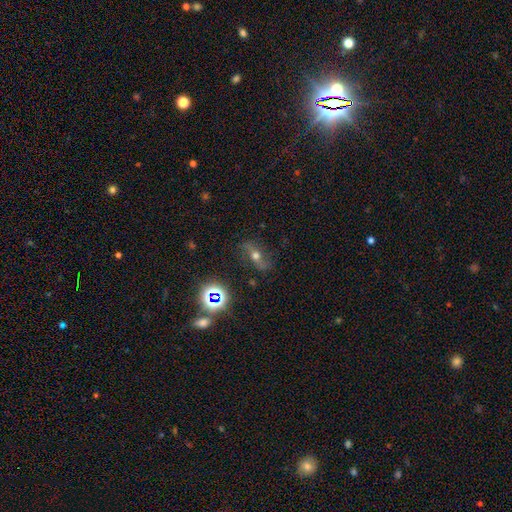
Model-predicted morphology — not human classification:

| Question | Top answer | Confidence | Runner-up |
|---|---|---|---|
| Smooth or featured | featured or disk | 53% | smooth (27%) |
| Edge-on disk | no | 75% | yes (25%) |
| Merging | none | 76% | minor disturbance (15%) |